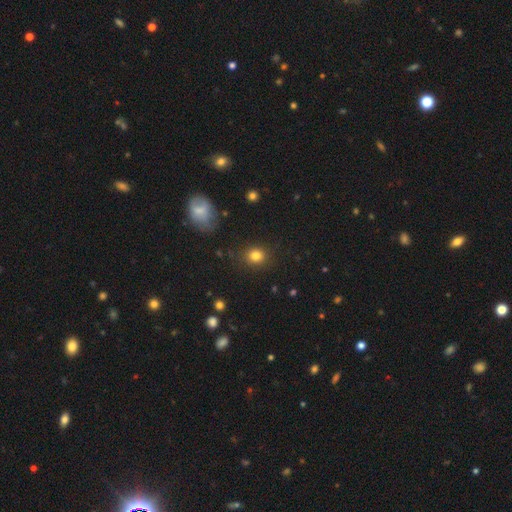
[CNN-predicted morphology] A smooth galaxy with no disk features (83%) that is round (74%).

Vote fractions:
- Smooth or featured? smooth: 83% / star or artifact: 12% / featured or disk: 6%
- How rounded? round: 74% / in between: 25% / cigar-shaped: 1%
- Merging? none: 87% / minor disturbance: 9% / major disturbance: 3% / merger: 2%